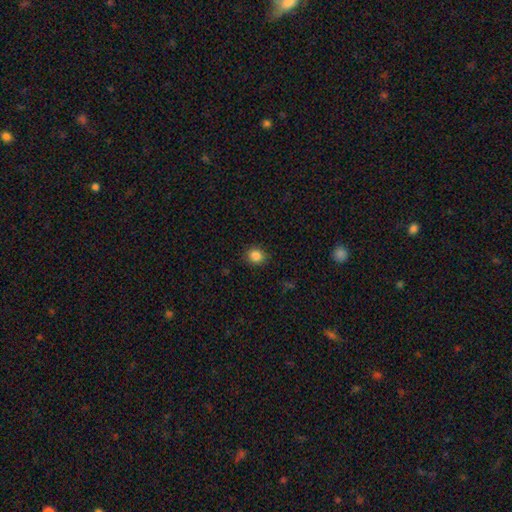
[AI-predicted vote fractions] The model was most divided on "how rounded": round: 73%, in between: 26%, cigar-shaped: 1%. More confident: merging — none (88%); smooth or featured — smooth (86%).